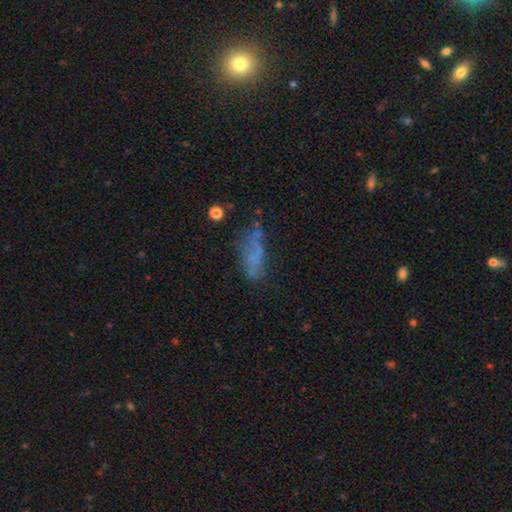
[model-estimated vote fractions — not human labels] Smooth or featured? Predicted: smooth (p=0.51). How rounded? Predicted: in between (p=0.61). Merging? Predicted: none (p=0.44).